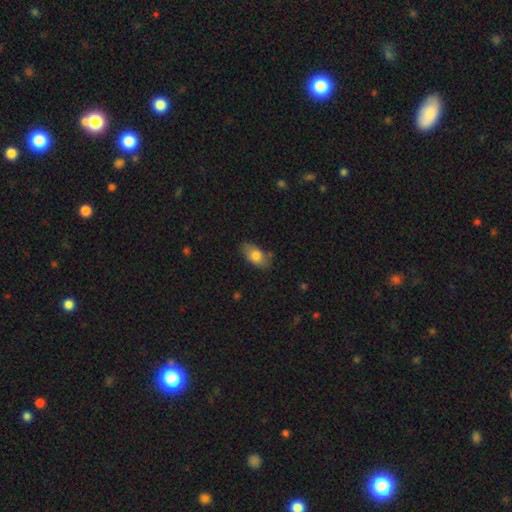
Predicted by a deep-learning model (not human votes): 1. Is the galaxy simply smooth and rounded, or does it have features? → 77% smooth, 16% featured or disk, 7% star or artifact.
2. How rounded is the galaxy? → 90% in between, 6% round, 4% cigar-shaped.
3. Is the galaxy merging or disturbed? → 73% none, 20% minor disturbance, 4% major disturbance, 2% merger.